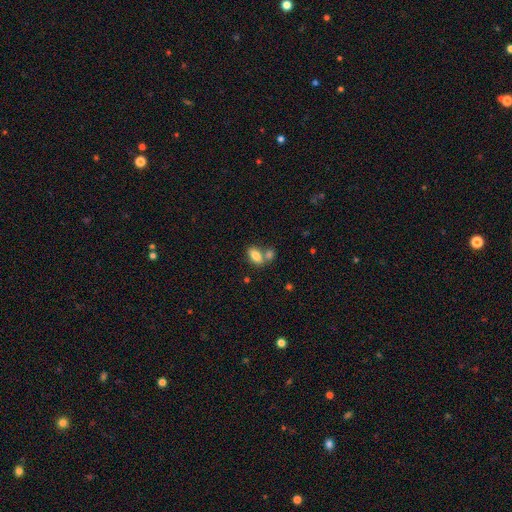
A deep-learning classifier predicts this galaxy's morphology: Smooth or featured?
  - smooth: 84% *
  - star or artifact: 8%
  - featured or disk: 8%
How rounded?
  - in between: 90% *
  - round: 6%
  - cigar-shaped: 3%
Merging?
  - none: 44% *
  - merger: 42%
  - minor disturbance: 10%
  - major disturbance: 4%